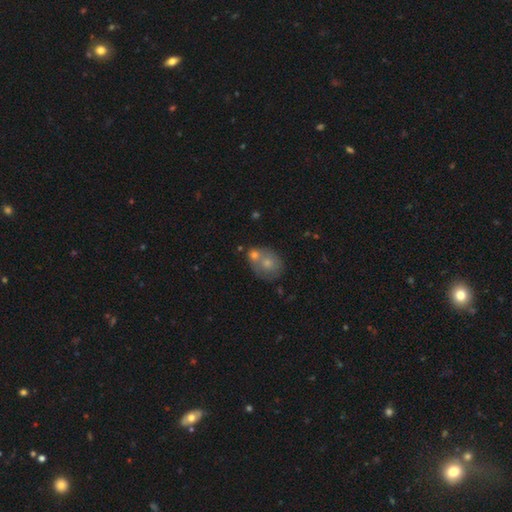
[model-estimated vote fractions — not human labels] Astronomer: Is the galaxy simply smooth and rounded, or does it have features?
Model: smooth — 57%.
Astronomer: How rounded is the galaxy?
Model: round — 67%.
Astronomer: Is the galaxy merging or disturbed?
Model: none — 48% (runner-up: merger, 36%).